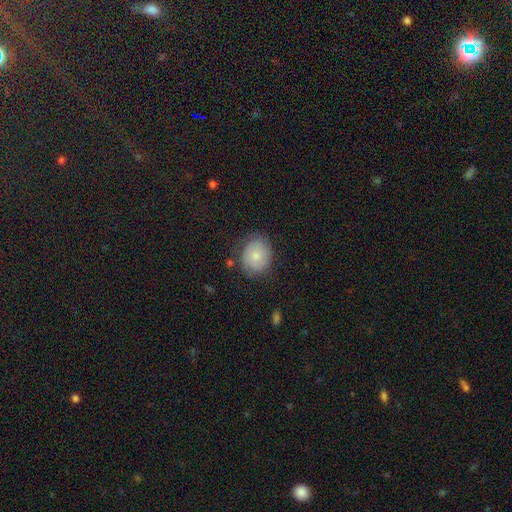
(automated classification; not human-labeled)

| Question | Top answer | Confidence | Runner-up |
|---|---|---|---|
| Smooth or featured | smooth | 73% | featured or disk (19%) |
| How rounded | round | 51% | in between (48%) |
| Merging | none | 73% | minor disturbance (19%) |